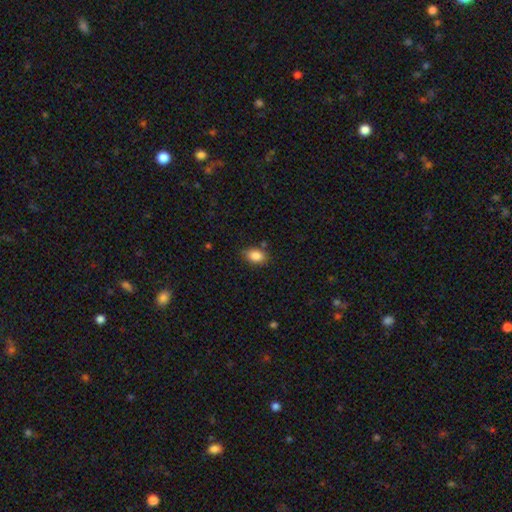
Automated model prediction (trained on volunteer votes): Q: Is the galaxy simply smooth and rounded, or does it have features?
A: smooth — 87%.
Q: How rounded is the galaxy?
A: in between — 86%.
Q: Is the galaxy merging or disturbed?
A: none — 79%.